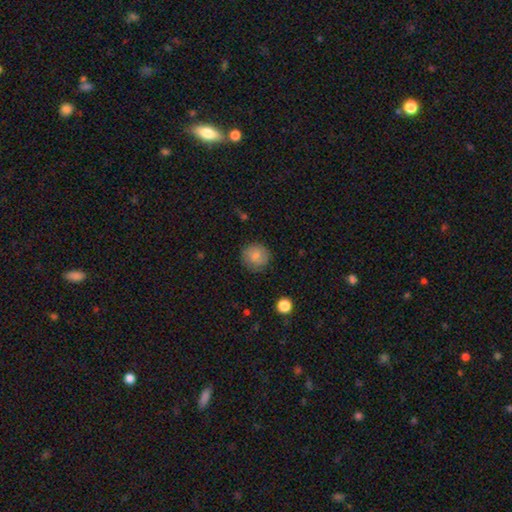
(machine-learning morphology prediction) A smooth galaxy with no disk features (83%) that is round (92%).

Vote fractions:
- Smooth or featured? smooth: 83% / featured or disk: 9% / star or artifact: 8%
- How rounded? round: 92% / in between: 7% / cigar-shaped: 1%
- Merging? none: 84% / minor disturbance: 11% / major disturbance: 3% / merger: 1%